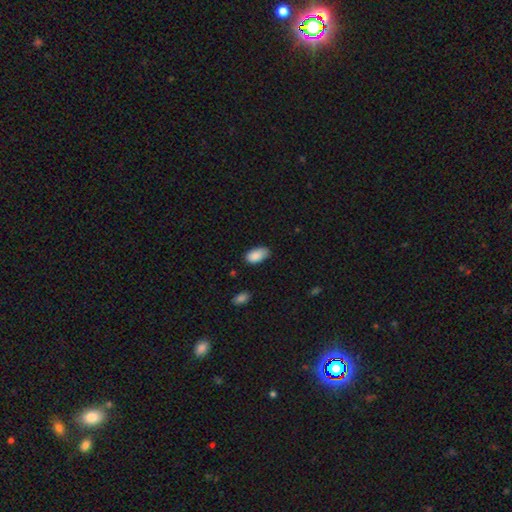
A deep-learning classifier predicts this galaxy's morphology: Overall: smooth (88%). How rounded: in between (94%). Merging: none (72%).